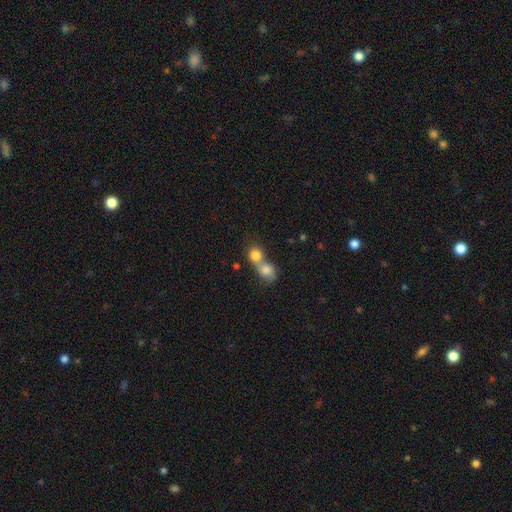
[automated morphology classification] Smooth or featured? Predicted: smooth (p=0.79). How rounded? Predicted: round (p=0.74). Merging? Predicted: merger (p=0.71).